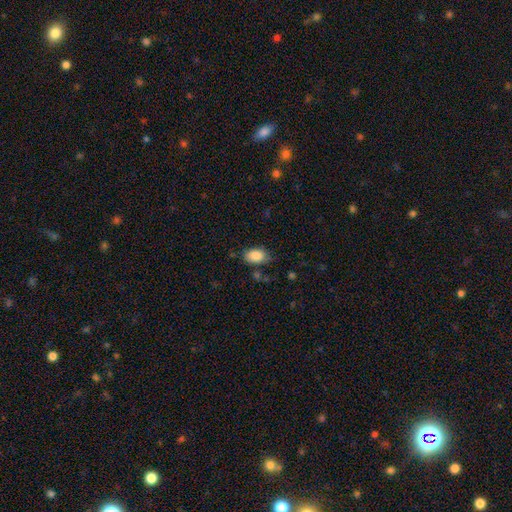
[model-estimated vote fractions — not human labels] This is clearly a smooth galaxy (86%). How rounded: clearly in between (87%). Merging: likely none (70%).